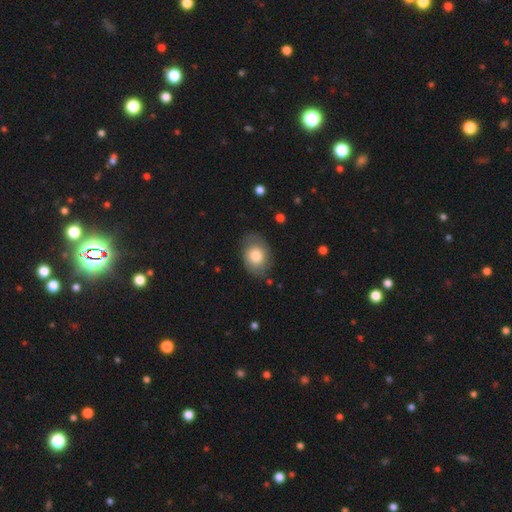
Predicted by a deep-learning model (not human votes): The model was most divided on "how rounded": in between: 75%, round: 24%, cigar-shaped: 1%. More confident: smooth or featured — smooth (77%); merging — none (77%).